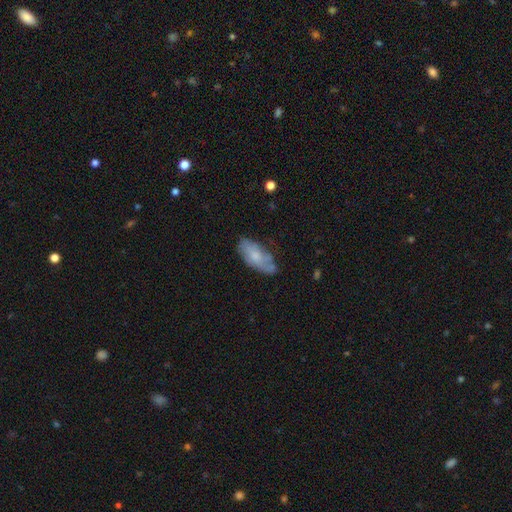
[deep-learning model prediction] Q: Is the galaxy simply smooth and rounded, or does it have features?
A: smooth — 62%.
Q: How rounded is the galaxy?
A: in between — 87%.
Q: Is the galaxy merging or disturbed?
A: none — 62%.